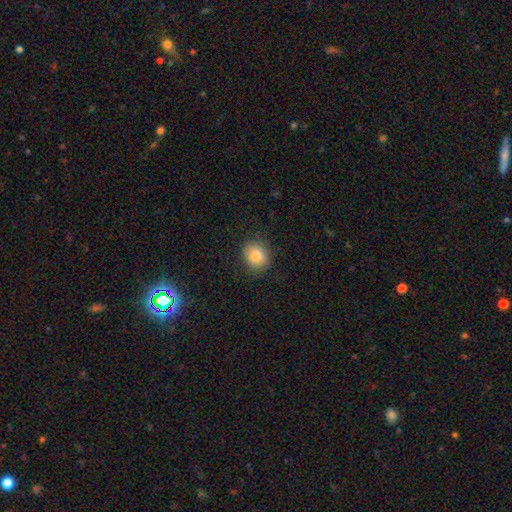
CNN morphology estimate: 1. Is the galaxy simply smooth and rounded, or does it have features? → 84% smooth, 9% star or artifact, 7% featured or disk.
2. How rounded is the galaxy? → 70% round, 29% in between, 1% cigar-shaped.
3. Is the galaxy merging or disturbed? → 84% none, 12% minor disturbance, 3% major disturbance, 1% merger.